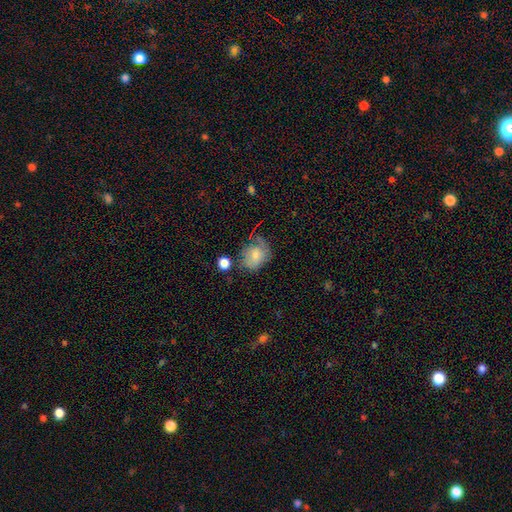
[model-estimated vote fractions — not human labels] The model was most divided on "how rounded": in between: 50%, round: 49%, cigar-shaped: 1%. Remaining: smooth or featured — smooth (67%); merging — none (37%).